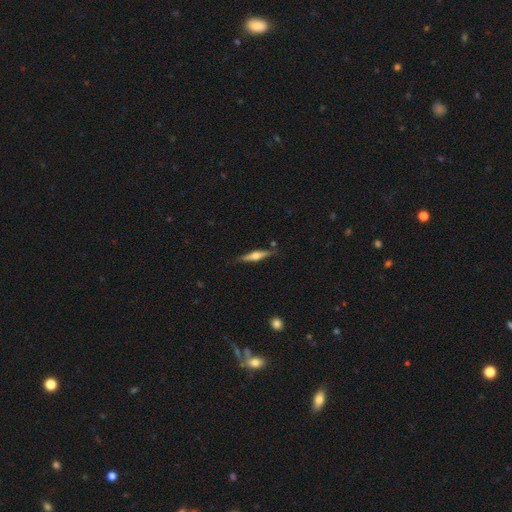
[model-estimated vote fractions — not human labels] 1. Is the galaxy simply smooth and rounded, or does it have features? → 60% featured or disk, 34% smooth, 6% star or artifact.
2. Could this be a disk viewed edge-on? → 96% yes, 4% no.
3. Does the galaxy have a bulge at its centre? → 87% rounded, 8% boxy, 5% none.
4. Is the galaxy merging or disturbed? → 83% none, 12% minor disturbance, 3% merger, 3% major disturbance.